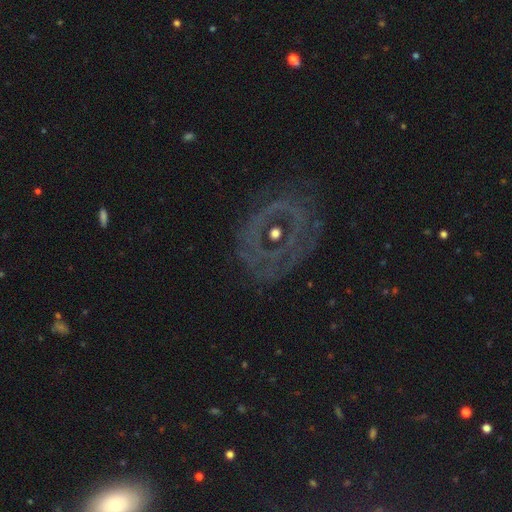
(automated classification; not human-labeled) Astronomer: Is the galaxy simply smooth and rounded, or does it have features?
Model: featured or disk — 55%.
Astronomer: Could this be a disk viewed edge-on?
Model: no — 94%.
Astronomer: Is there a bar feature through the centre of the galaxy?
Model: no — 45% (runner-up: weak, 33%).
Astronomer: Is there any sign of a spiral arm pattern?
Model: no — 52% (runner-up: yes, 48%).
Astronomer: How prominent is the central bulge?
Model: small — 54%.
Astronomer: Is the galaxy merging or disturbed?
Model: none — 69%.